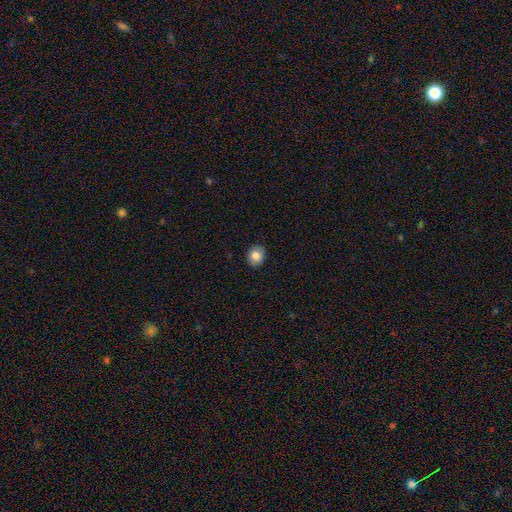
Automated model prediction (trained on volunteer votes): The model was most divided on "how rounded": round: 62%, in between: 37%, cigar-shaped: 1%. More confident: merging — none (90%); smooth or featured — smooth (83%).